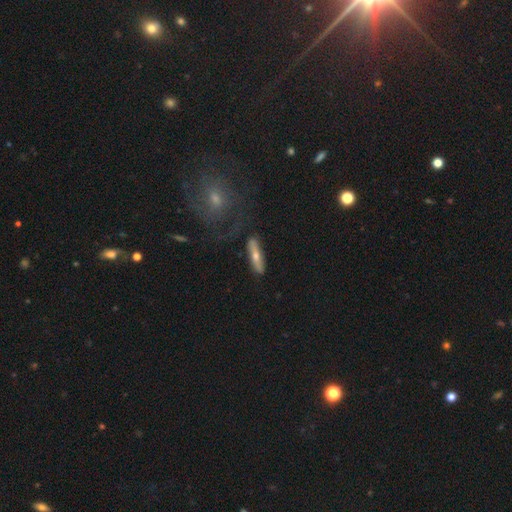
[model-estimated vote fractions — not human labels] Q: Smooth or featured?
A: featured or disk (47%); runner-up: smooth (45%)
Q: Merging?
A: none (76%); runner-up: minor disturbance (15%)